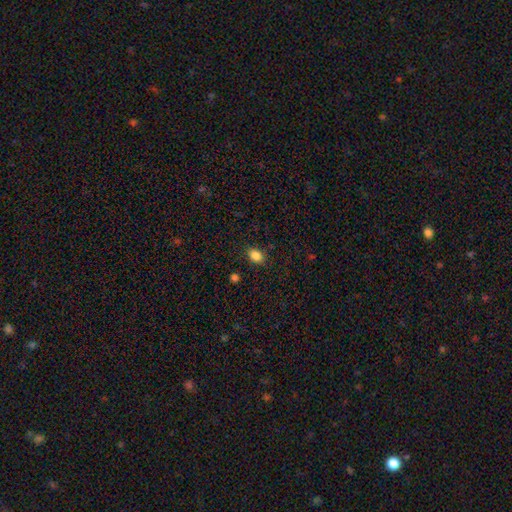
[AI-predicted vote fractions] This appears to be a smooth galaxy with no disk features (86%) that is in between round and cigar-shaped (72%). Merging: none (86%).